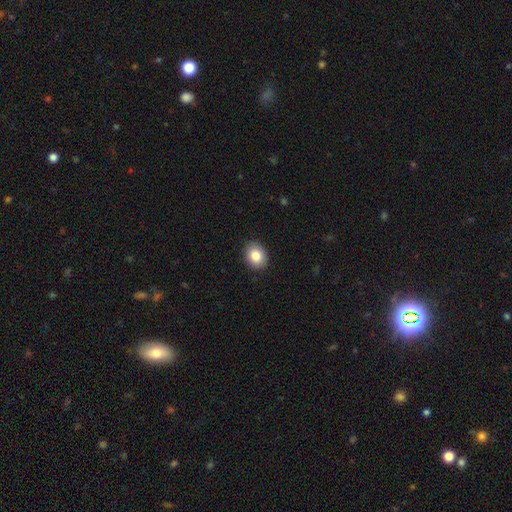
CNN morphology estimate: This appears to be a smooth galaxy with no disk features (85%) that is in between round and cigar-shaped (52%). Merging: none (90%).